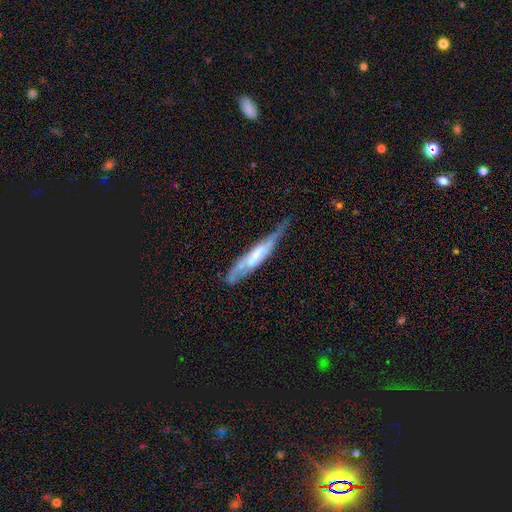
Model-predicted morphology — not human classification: type=featured or disk (63%); edge-on=yes (62%); merging=none (44%).